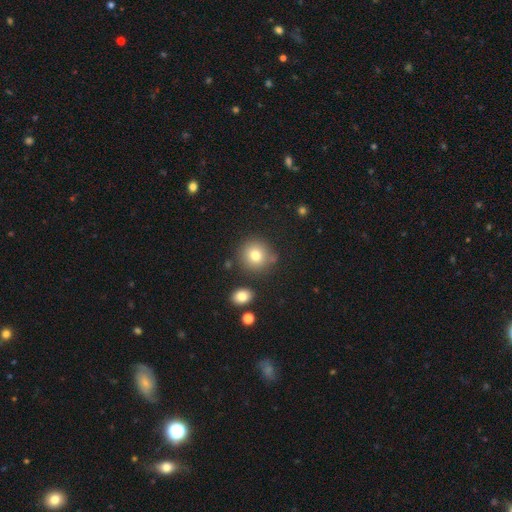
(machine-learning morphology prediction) smooth-or-featured: smooth: 78% | star or artifact: 12% | featured or disk: 10%
  how-rounded: round: 90% | in between: 9% | cigar-shaped: 1%
  merging: none: 78% | minor disturbance: 12% | merger: 6% | major disturbance: 4%